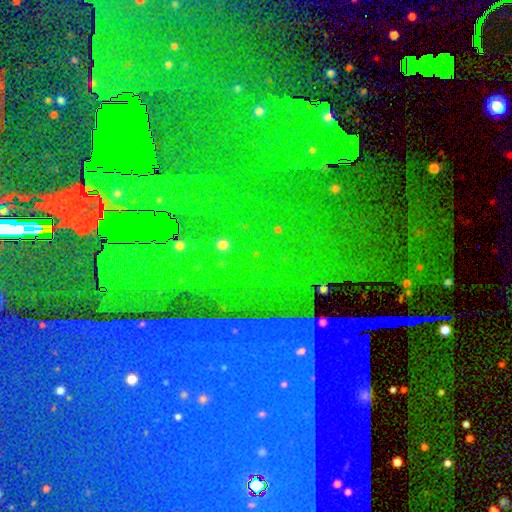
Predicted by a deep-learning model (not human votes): The model was most divided on "smooth or featured": star or artifact: 86%, featured or disk: 7%, smooth: 6%.